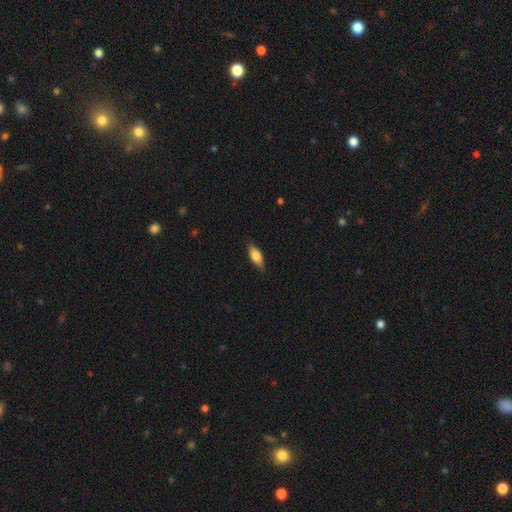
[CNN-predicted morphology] Overall: smooth (72%). How rounded: in between (75%). Merging: none (82%).